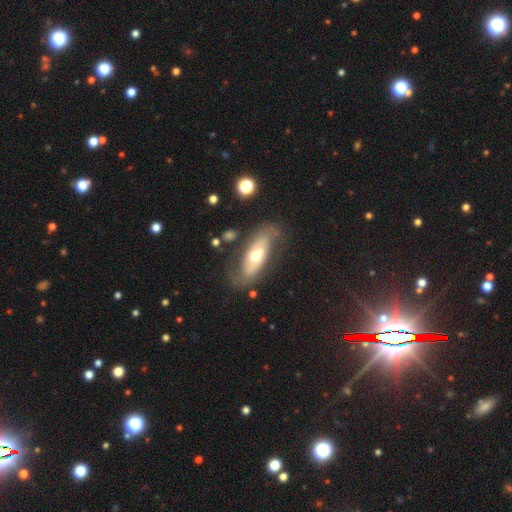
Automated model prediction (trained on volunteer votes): Morphology: type=featured or disk (58%); edge-on=no (80%); merging=none (68%).